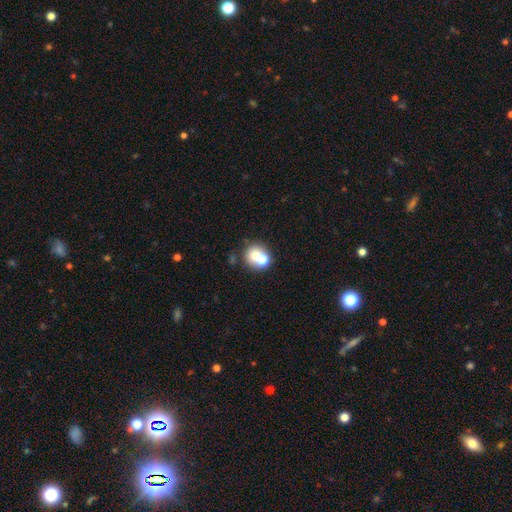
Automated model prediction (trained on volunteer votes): smooth-or-featured: smooth: 67% | featured or disk: 20% | star or artifact: 13%
  how-rounded: round: 83% | in between: 16% | cigar-shaped: 1%
  merging: merger: 46% | none: 44% | minor disturbance: 7% | major disturbance: 3%